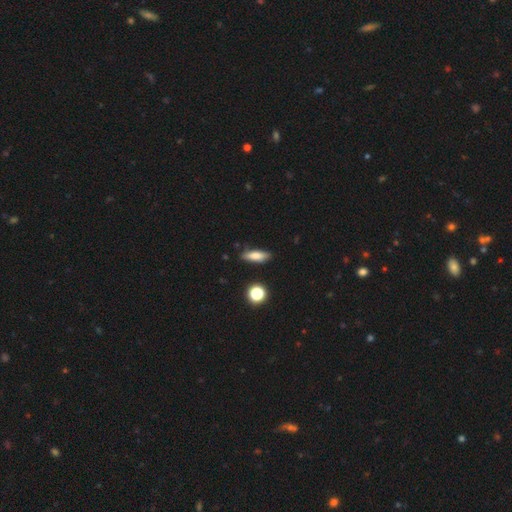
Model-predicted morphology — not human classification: A smooth galaxy with no disk features (74%) that is cigar-shaped (48%).

Vote fractions:
- Smooth or featured? smooth: 74% / featured or disk: 17% / star or artifact: 9%
- How rounded? cigar-shaped: 48% / in between: 47% / round: 5%
- Merging? none: 83% / minor disturbance: 12% / major disturbance: 2% / merger: 2%